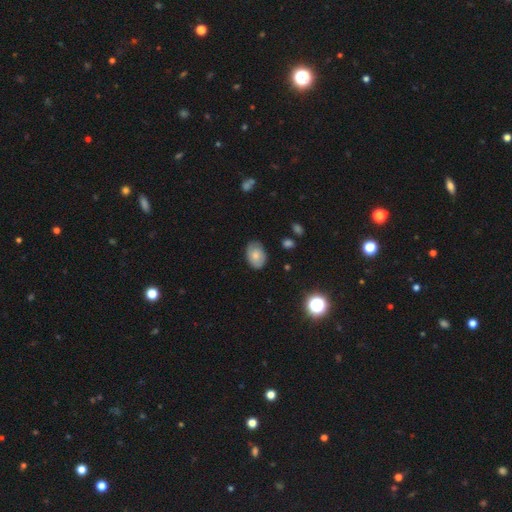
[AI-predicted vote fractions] The model was most divided on "smooth or featured": smooth: 71%, featured or disk: 20%, star or artifact: 9%. More confident: how rounded — in between (82%); merging — none (78%).